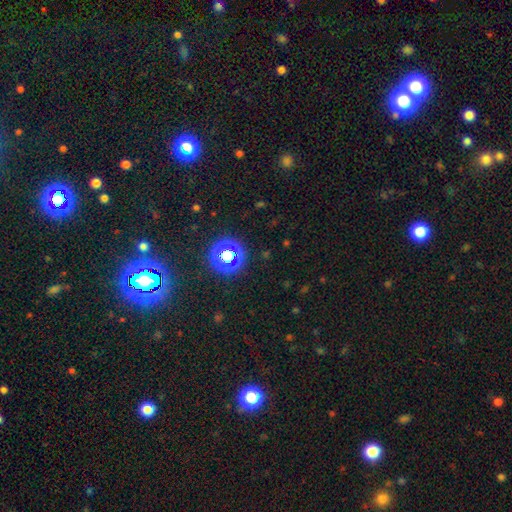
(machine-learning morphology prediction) Q: Smooth or featured?
A: star or artifact (71%); runner-up: smooth (23%)